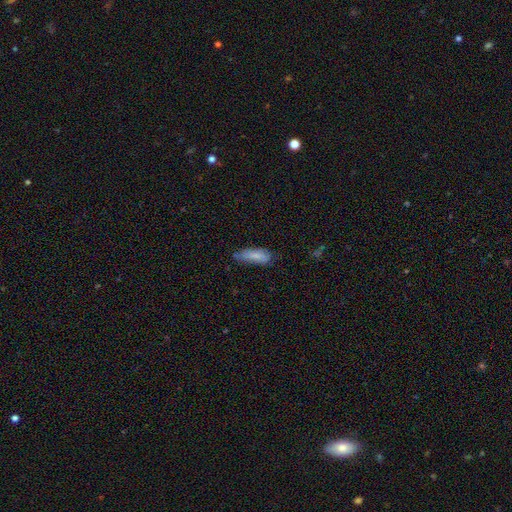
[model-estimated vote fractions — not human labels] smooth_or_featured: smooth (p=0.78) [alt: featured or disk p=0.15]
how_rounded: in between (p=0.58) [alt: cigar-shaped p=0.40]
merging: none (p=0.55) [alt: minor disturbance p=0.34]